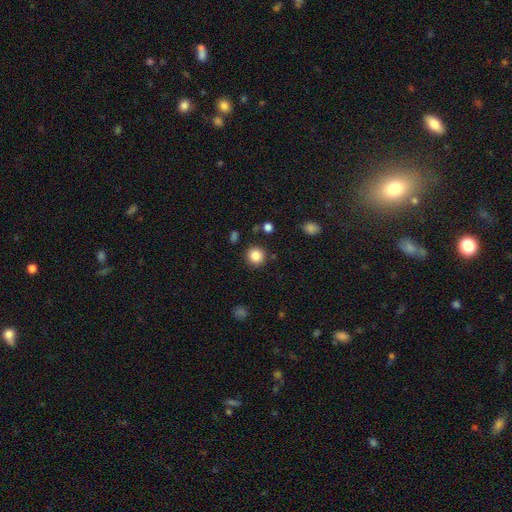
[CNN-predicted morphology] Q: Smooth or featured?
A: smooth (84%); runner-up: star or artifact (10%)
Q: How rounded?
A: round (93%); runner-up: in between (6%)
Q: Merging?
A: none (88%); runner-up: minor disturbance (7%)